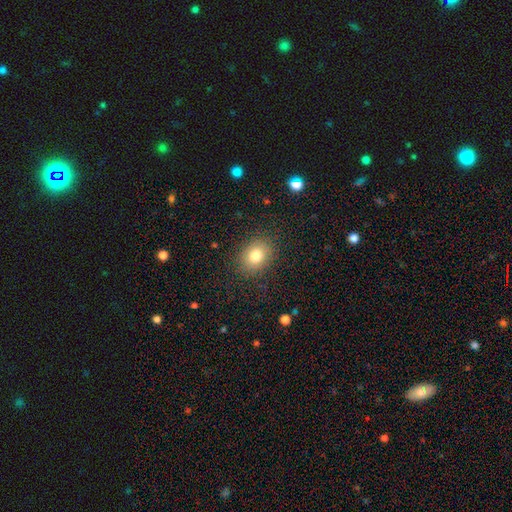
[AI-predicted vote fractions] smooth_or_featured: smooth (p=0.79) [alt: star or artifact p=0.11]
how_rounded: in between (p=0.51) [alt: round p=0.48]
merging: none (p=0.85) [alt: minor disturbance p=0.10]